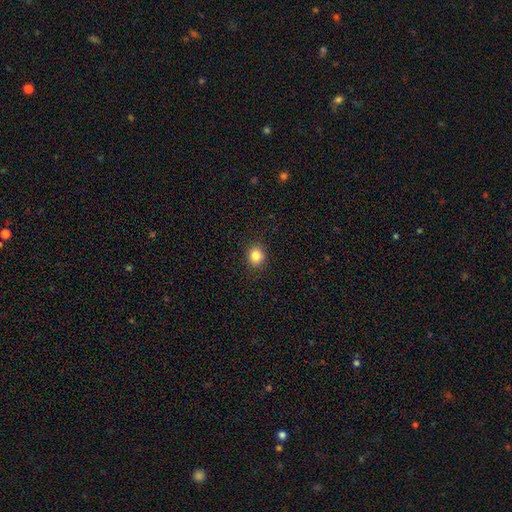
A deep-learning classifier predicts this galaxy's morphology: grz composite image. It shows a smooth galaxy with no disk features (84%) that is round (79%). Merging: none (90%).